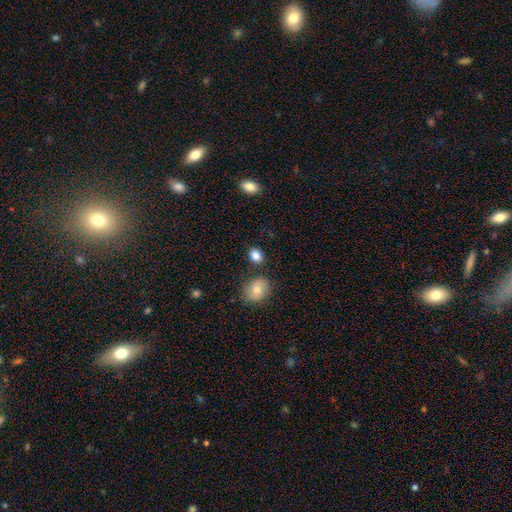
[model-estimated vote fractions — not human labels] A smooth galaxy with no disk features (85%) that is in between round and cigar-shaped (56%).

Vote fractions:
- Smooth or featured? smooth: 85% / star or artifact: 9% / featured or disk: 5%
- How rounded? in between: 56% / round: 42% / cigar-shaped: 1%
- Merging? none: 80% / minor disturbance: 11% / merger: 6% / major disturbance: 3%